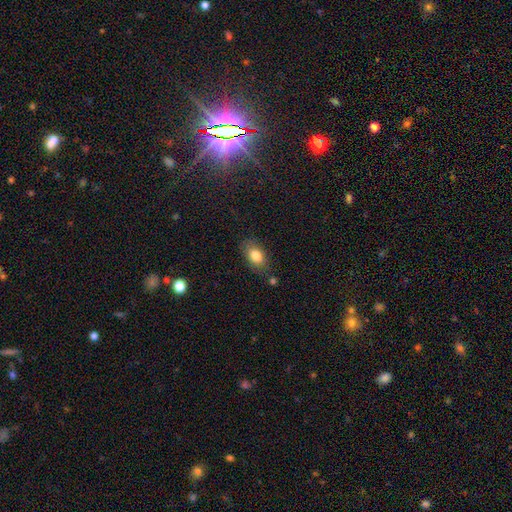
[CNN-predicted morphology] A smooth galaxy with no disk features (82%) that is in between round and cigar-shaped (88%).

Vote fractions:
- Smooth or featured? smooth: 82% / featured or disk: 10% / star or artifact: 8%
- How rounded? in between: 88% / round: 10% / cigar-shaped: 2%
- Merging? none: 78% / minor disturbance: 15% / major disturbance: 4% / merger: 3%